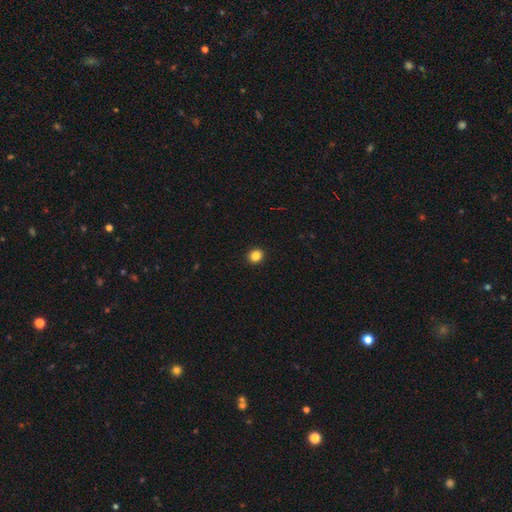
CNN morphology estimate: Overall: smooth (86%). How rounded: round (81%). Merging: none (93%).